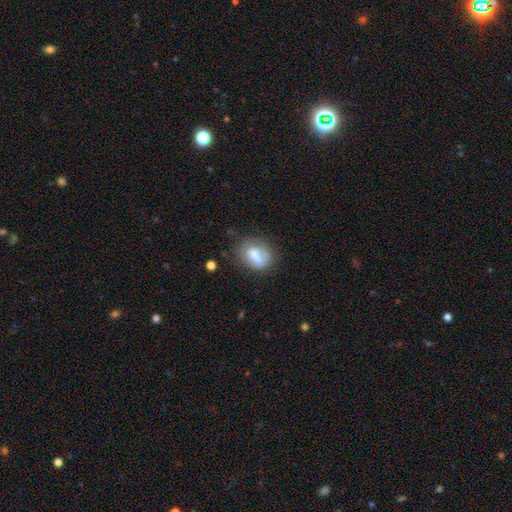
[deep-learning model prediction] The model was most divided on "how rounded": in between: 55%, round: 42%, cigar-shaped: 3%. More confident: smooth or featured — smooth (62%); merging — none (55%).